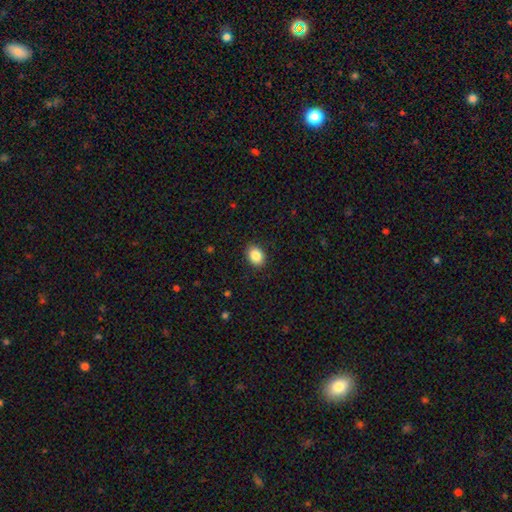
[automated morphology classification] smooth-or-featured: smooth: 87% | star or artifact: 8% | featured or disk: 5%
  how-rounded: in between: 60% | round: 39% | cigar-shaped: 1%
  merging: none: 89% | minor disturbance: 8% | major disturbance: 2% | merger: 1%